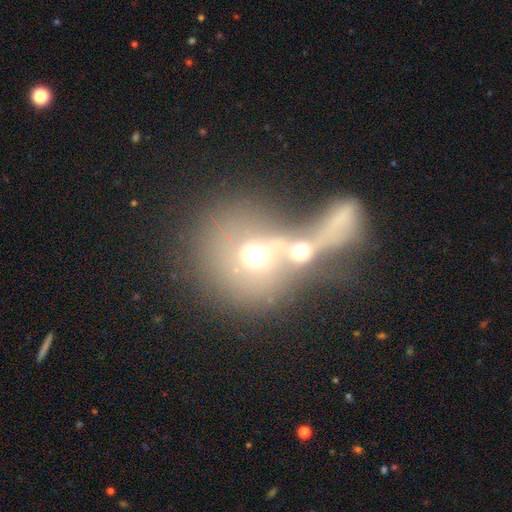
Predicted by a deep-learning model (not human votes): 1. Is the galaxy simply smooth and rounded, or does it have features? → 51% smooth, 33% featured or disk, 16% star or artifact.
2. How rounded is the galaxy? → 78% round, 21% in between, 2% cigar-shaped.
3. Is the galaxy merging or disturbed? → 70% merger, 13% major disturbance, 12% none, 5% minor disturbance.